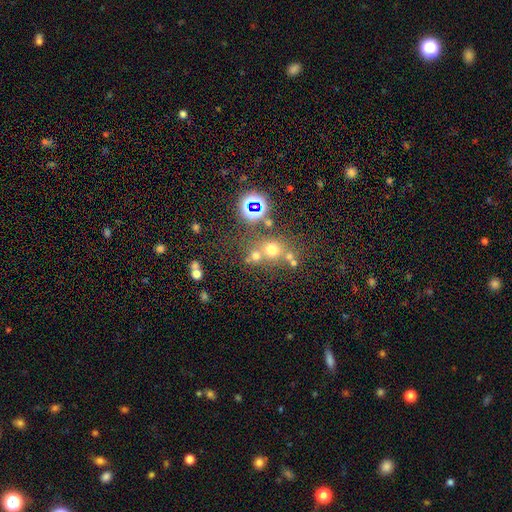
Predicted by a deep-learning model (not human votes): The model was most divided on "smooth or featured": smooth: 59%, star or artifact: 29%, featured or disk: 12%. More confident: how rounded — round (82%); merging — none (59%).